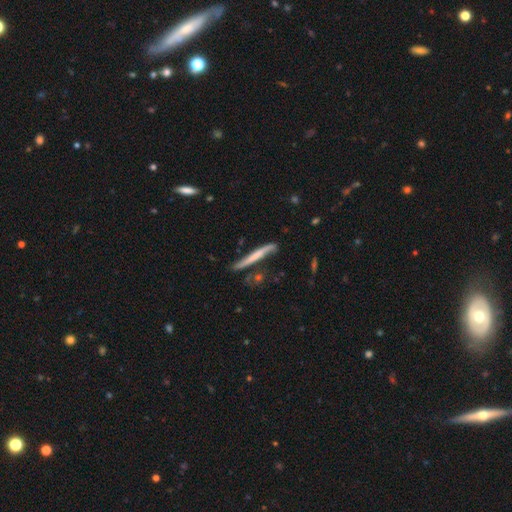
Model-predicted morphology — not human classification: smooth_or_featured: smooth (p=0.48) [alt: featured or disk p=0.46]
merging: none (p=0.69) [alt: minor disturbance p=0.20]